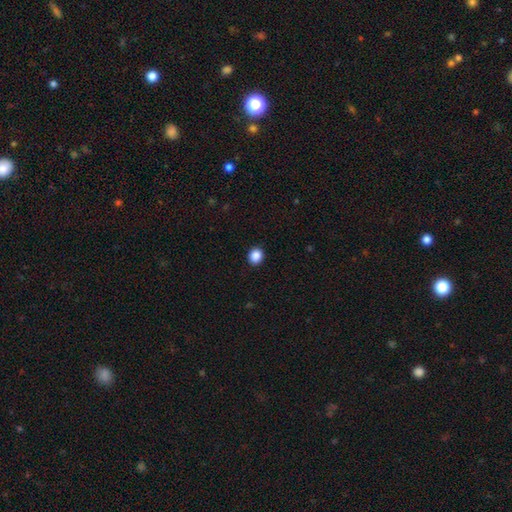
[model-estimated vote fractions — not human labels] A smooth galaxy with no disk features (88%) that is round (77%). Merging: none (91%).